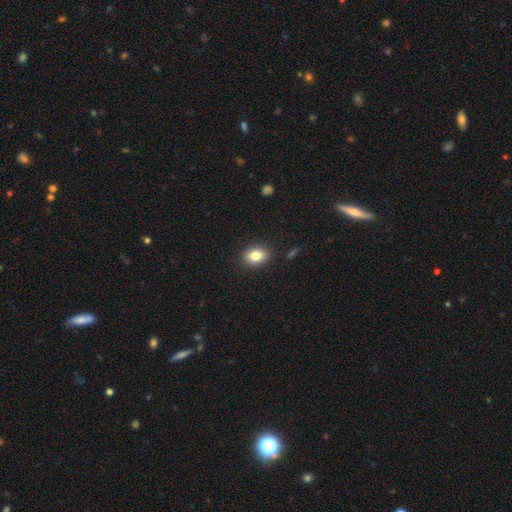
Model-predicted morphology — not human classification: type=smooth (83%); roundness=in between (63%); merging=none (88%).